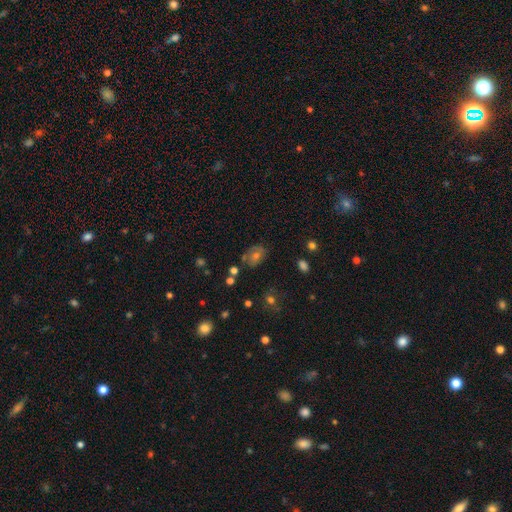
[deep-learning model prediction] The model was most divided on "smooth or featured": smooth: 46%, featured or disk: 30%, star or artifact: 25%. More confident: merging — none (68%).